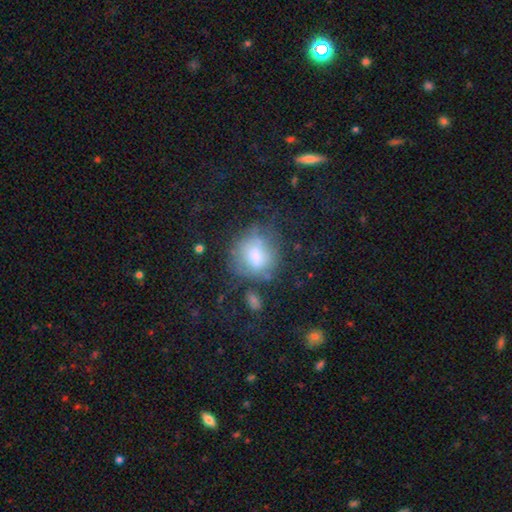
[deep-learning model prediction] Overall: smooth (66%). How rounded: round (71%). Merging: none (49%; minor disturbance 25%).